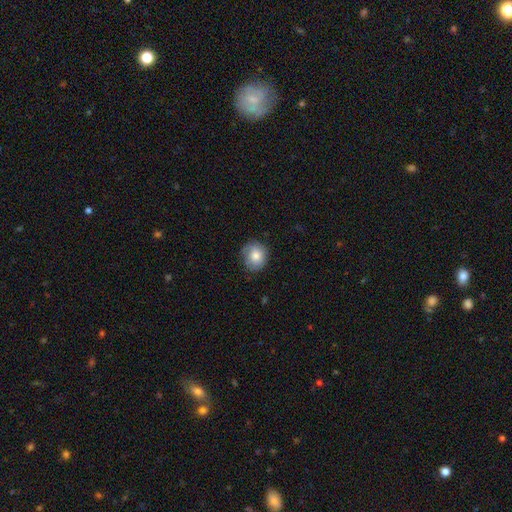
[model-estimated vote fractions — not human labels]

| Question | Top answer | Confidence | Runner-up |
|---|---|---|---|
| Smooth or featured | smooth | 75% | featured or disk (17%) |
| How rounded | round | 80% | in between (20%) |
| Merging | none | 72% | minor disturbance (22%) |